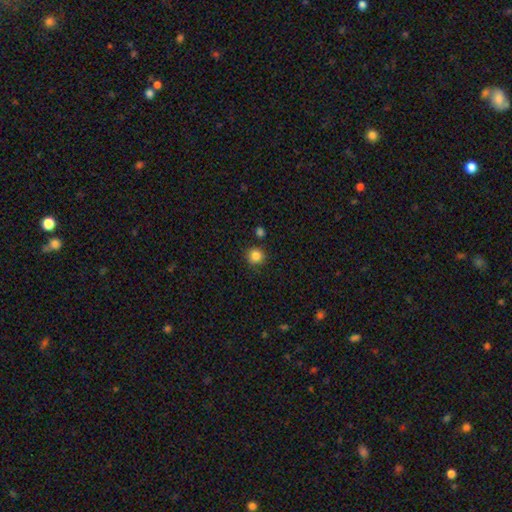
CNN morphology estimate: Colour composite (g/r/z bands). It shows a smooth galaxy with no disk features (85%) that is round (94%). Merging: none (86%).